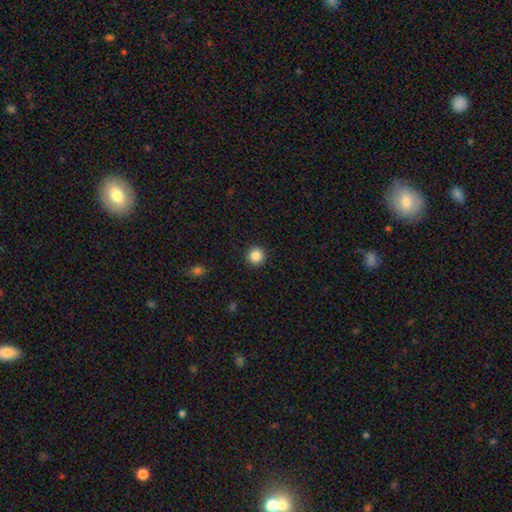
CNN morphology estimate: Overall: smooth (86%). How rounded: round (96%). Merging: none (93%).